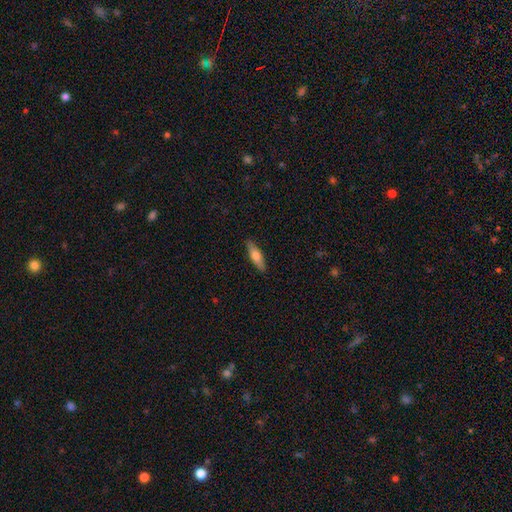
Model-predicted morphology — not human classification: This is likely a smooth galaxy (67%). How rounded: possibly cigar-shaped (58%). Merging: clearly none (89%).